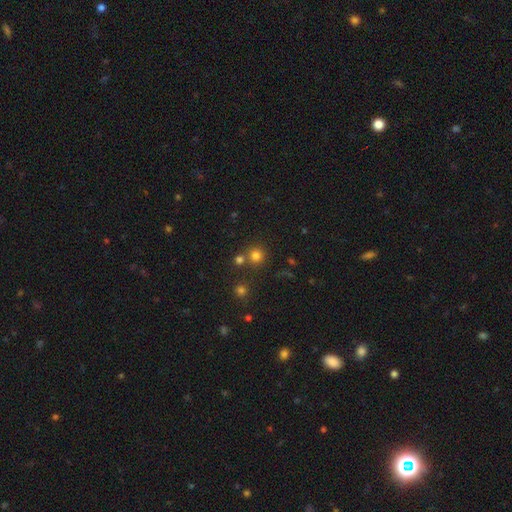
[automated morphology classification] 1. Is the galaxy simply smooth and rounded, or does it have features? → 77% smooth, 17% star or artifact, 6% featured or disk.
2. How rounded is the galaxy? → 93% round, 6% in between, 1% cigar-shaped.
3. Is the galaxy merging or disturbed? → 73% none, 18% merger, 7% minor disturbance, 3% major disturbance.